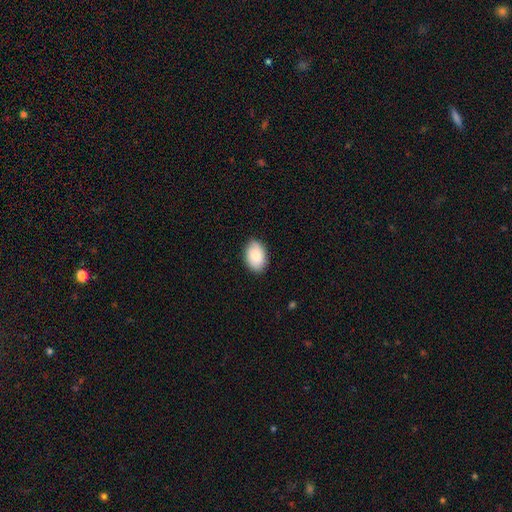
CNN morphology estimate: smooth 85%, featured or disk 9%, star or artifact 6%. Down the decision tree: how rounded — in between (89%); merging — none (86%).